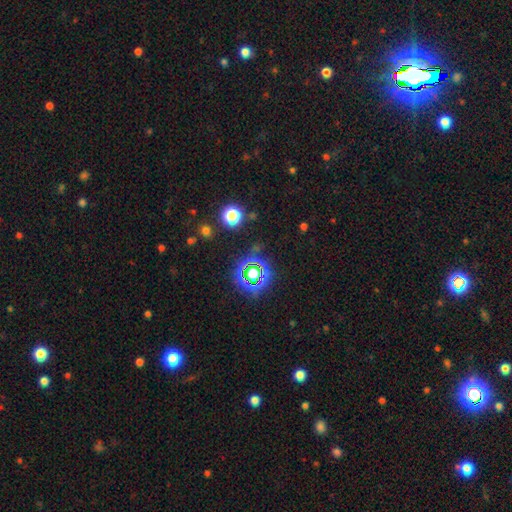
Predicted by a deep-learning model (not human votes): Morphology: type=star or artifact (76%).